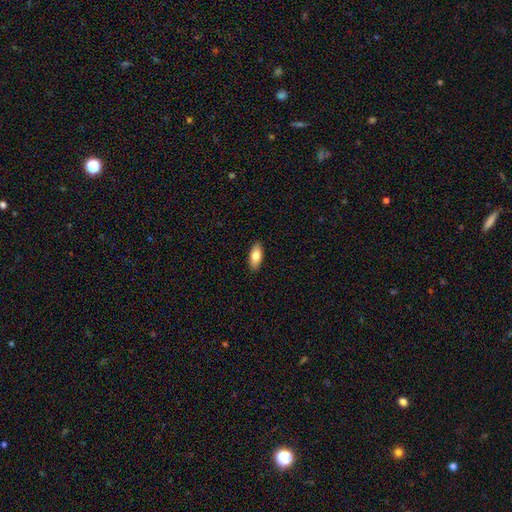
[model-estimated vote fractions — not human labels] Q: Smooth or featured?
A: smooth (82%); runner-up: featured or disk (12%)
Q: How rounded?
A: in between (86%); runner-up: cigar-shaped (12%)
Q: Merging?
A: none (89%); runner-up: minor disturbance (8%)